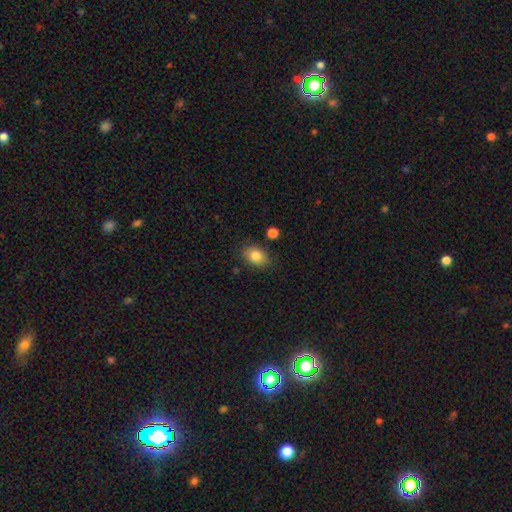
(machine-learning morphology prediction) type=smooth (83%); roundness=in between (71%); merging=none (81%).